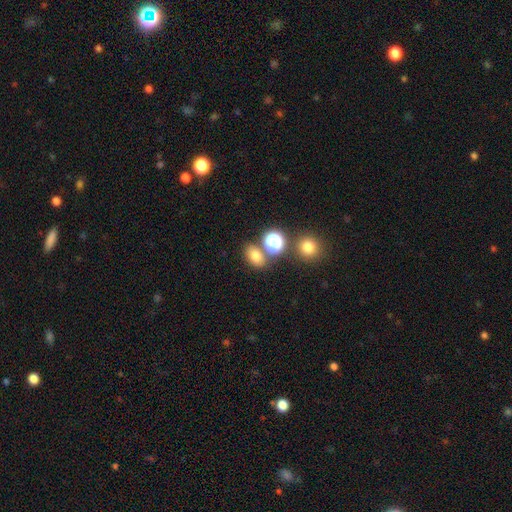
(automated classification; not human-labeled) Smooth or featured? smooth (74%)
How rounded? in between (65%)
Merging? none (72%)